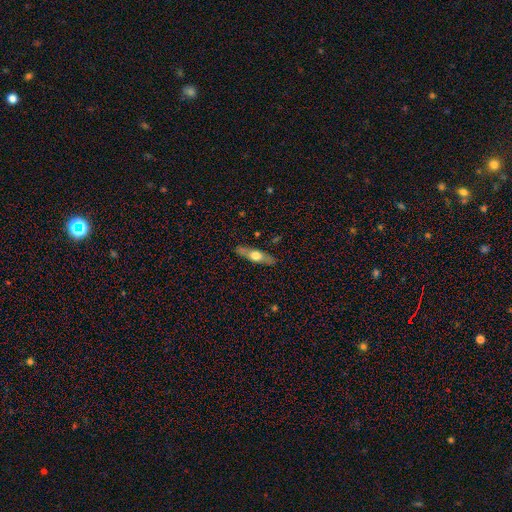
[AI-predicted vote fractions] smooth-or-featured: featured or disk: 49% | smooth: 46% | star or artifact: 6%
  merging: none: 86% | minor disturbance: 10% | major disturbance: 2% | merger: 1%